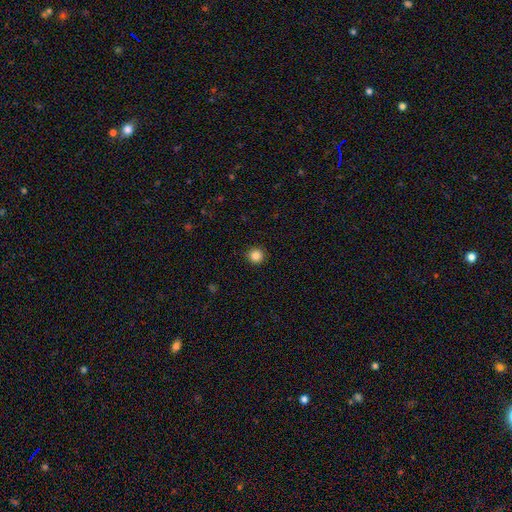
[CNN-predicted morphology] The model was most divided on "smooth or featured": smooth: 85%, star or artifact: 11%, featured or disk: 4%. More confident: how rounded — round (94%); merging — none (92%).